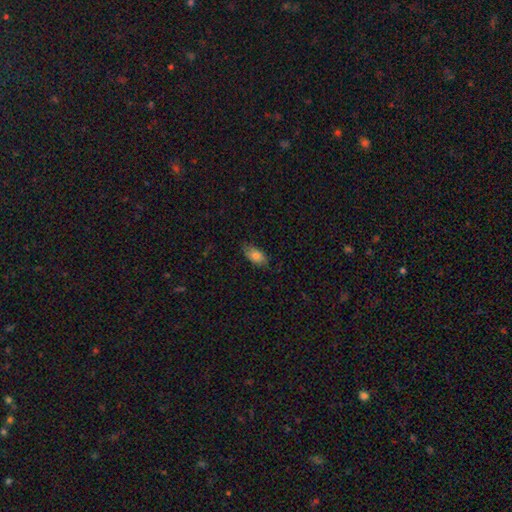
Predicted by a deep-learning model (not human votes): Smooth or featured?
  - smooth: 80% *
  - featured or disk: 13%
  - star or artifact: 8%
How rounded?
  - in between: 90% *
  - round: 5%
  - cigar-shaped: 4%
Merging?
  - none: 72% *
  - minor disturbance: 23%
  - major disturbance: 5%
  - merger: 1%